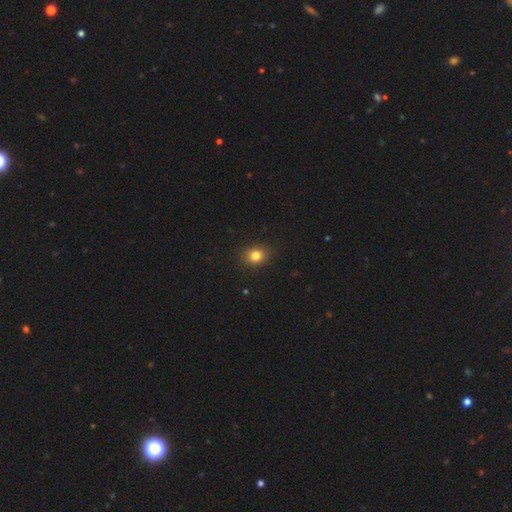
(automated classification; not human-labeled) A smooth galaxy with no disk features (82%) that is round (59%).

Vote fractions:
- Smooth or featured? smooth: 82% / star or artifact: 12% / featured or disk: 6%
- How rounded? round: 59% / in between: 40% / cigar-shaped: 1%
- Merging? none: 89% / minor disturbance: 8% / major disturbance: 2% / merger: 1%